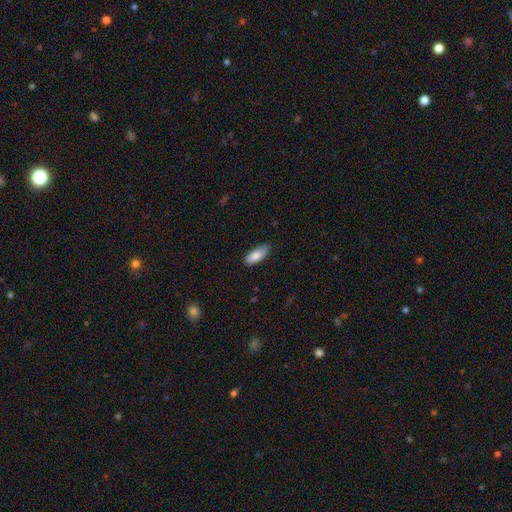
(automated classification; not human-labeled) Smooth or featured: smooth — 85% (featured or disk — 9%)
How rounded: in between — 79% (cigar-shaped — 20%)
Merging: none — 80% (minor disturbance — 16%)